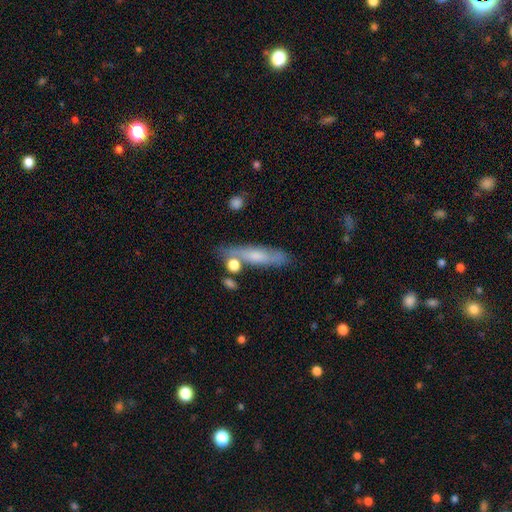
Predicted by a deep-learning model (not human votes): Smooth or featured?
  - smooth: 50% *
  - featured or disk: 42%
  - star or artifact: 8%
How rounded?
  - cigar-shaped: 77% *
  - in between: 19%
  - round: 3%
Merging?
  - none: 70% *
  - minor disturbance: 17%
  - merger: 8%
  - major disturbance: 5%